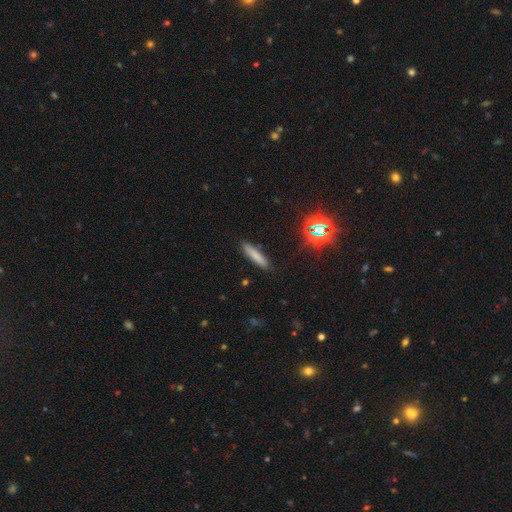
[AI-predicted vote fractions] smooth-or-featured: smooth: 77% | featured or disk: 12% | star or artifact: 11%
  how-rounded: cigar-shaped: 86% | in between: 13% | round: 2%
  merging: none: 88% | minor disturbance: 8% | major disturbance: 2% | merger: 2%